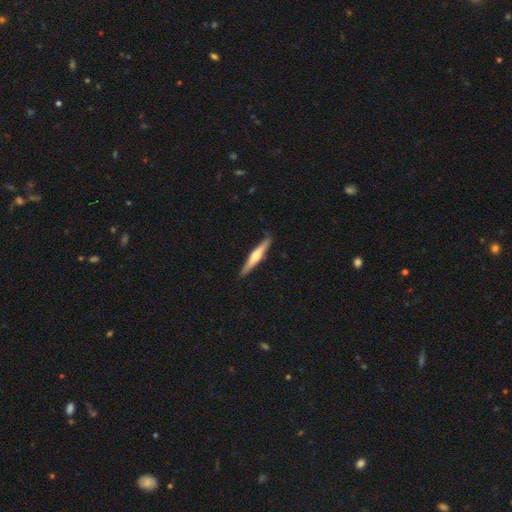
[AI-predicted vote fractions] This appears to be a featured or disk galaxy (56%) viewed edge-on (96%) with a rounded central bulge (81%). Merging: none (87%).